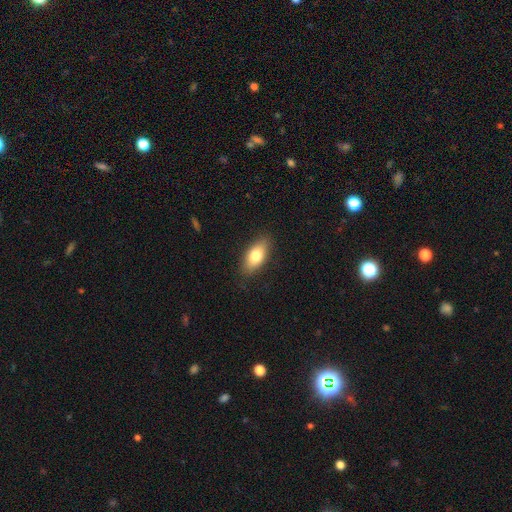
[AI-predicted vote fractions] The model was most divided on "smooth or featured": smooth: 77%, featured or disk: 17%, star or artifact: 7%. More confident: merging — none (86%); how rounded — in between (85%).